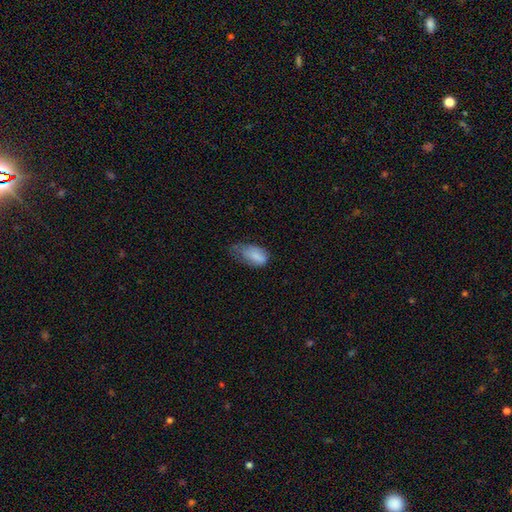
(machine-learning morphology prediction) This is clearly a smooth galaxy (80%). How rounded: clearly in between (91%). Merging: marginally minor disturbance (44%).